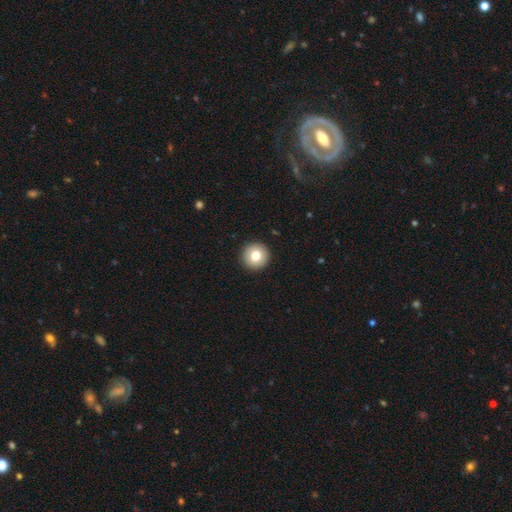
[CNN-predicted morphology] smooth-or-featured: smooth: 77% | featured or disk: 14% | star or artifact: 9%
  how-rounded: round: 96% | in between: 3% | cigar-shaped: 1%
  merging: none: 93% | minor disturbance: 4% | major disturbance: 1% | merger: 1%